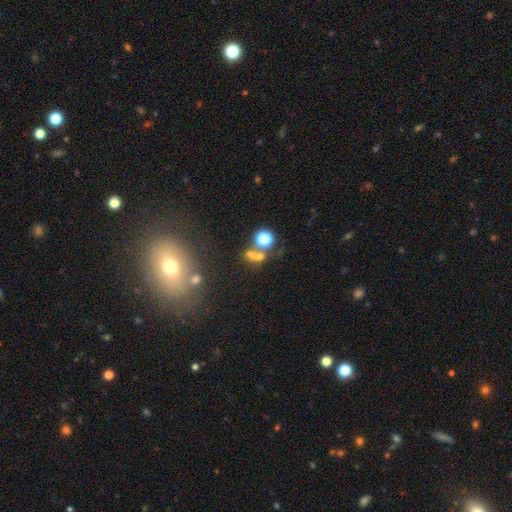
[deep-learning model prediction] smooth 52%, star or artifact 32%, featured or disk 16%. Down the decision tree: how rounded — round (71%); merging — none (42%).